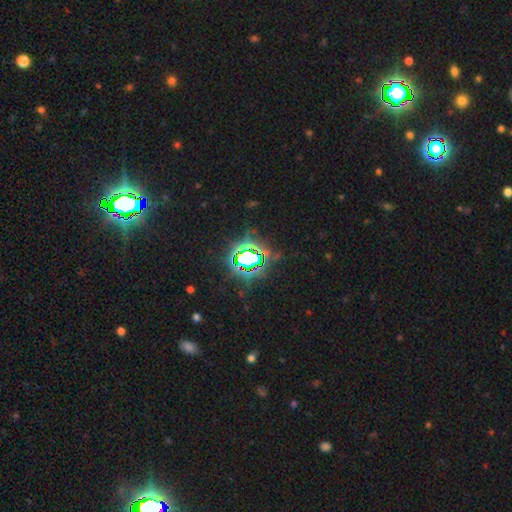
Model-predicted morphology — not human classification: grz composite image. It shows a star or artifact, not a galaxy (77%).